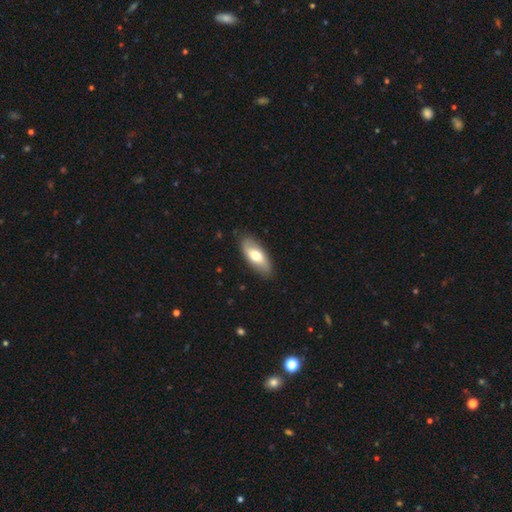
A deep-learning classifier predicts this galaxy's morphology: Smooth or featured: smooth — 64% (featured or disk — 31%)
How rounded: in between — 83% (cigar-shaped — 14%)
Merging: none — 84% (minor disturbance — 12%)